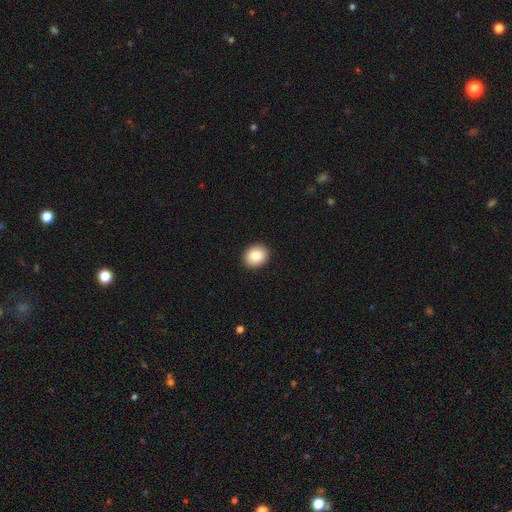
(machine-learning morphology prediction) This appears to be a smooth galaxy with no disk features (85%) that is round (60%). Merging: none (92%).